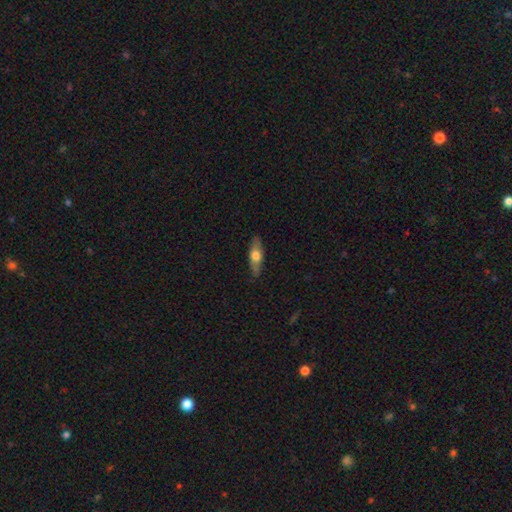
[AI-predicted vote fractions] Smooth or featured? smooth (54%)
How rounded? in between (51%)
Merging? none (83%)